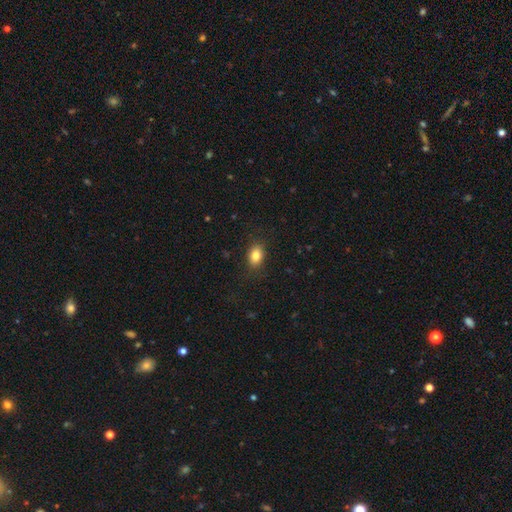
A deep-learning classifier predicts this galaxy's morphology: smooth 83%, star or artifact 9%, featured or disk 8%. Down the decision tree: how rounded — in between (81%); merging — none (85%).